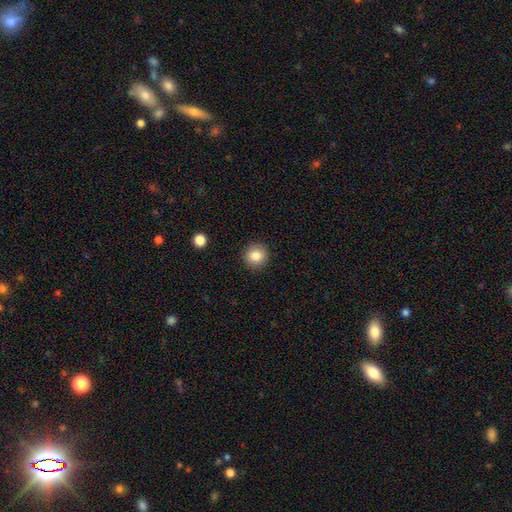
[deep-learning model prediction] Smooth or featured? Predicted: smooth (p=0.85). How rounded? Predicted: round (p=0.91). Merging? Predicted: none (p=0.90).